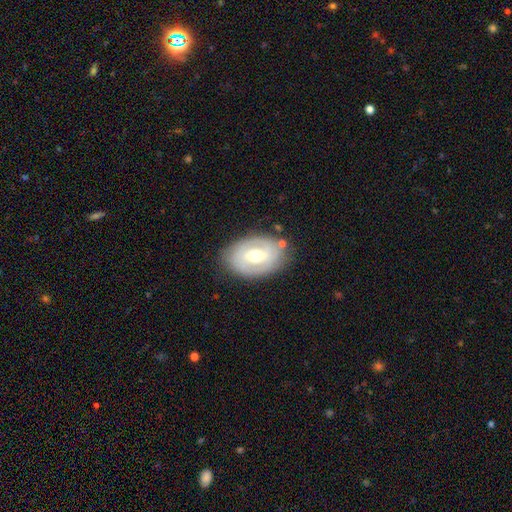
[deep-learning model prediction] Overall: featured or disk (66%; smooth 28%). Edge-on disk: no (94%). Bar: weak (47%; no 29%). Spiral arms: yes (63%; no 37%). Bulge size: moderate (72%). Merging: none (79%).